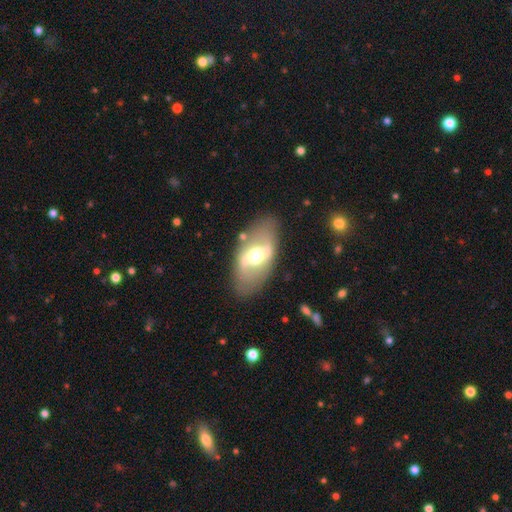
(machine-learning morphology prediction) smooth-or-featured: featured or disk: 63% | smooth: 31% | star or artifact: 6%
  disk-edge-on: no: 86% | yes: 14%
    bar: strong: 43% | weak: 36% | no: 21%
    has-spiral-arms: no: 63% | yes: 37%
    bulge-size: moderate: 64% | large: 23% | small: 9% | dominant: 2% | none: 1%
  merging: none: 78% | minor disturbance: 13% | major disturbance: 7% | merger: 2%